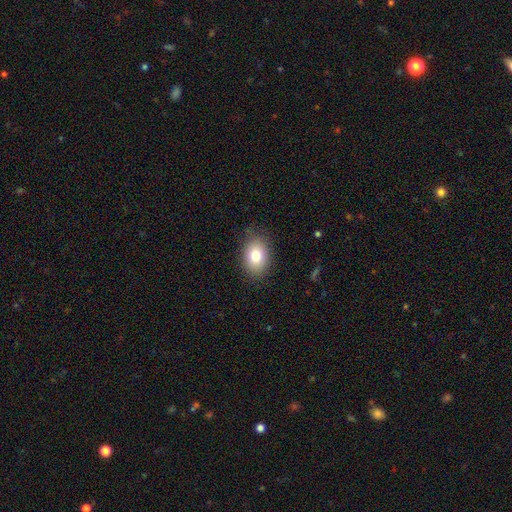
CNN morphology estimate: Smooth or featured? Predicted: smooth (p=0.82). How rounded? Predicted: in between (p=0.81). Merging? Predicted: none (p=0.83).